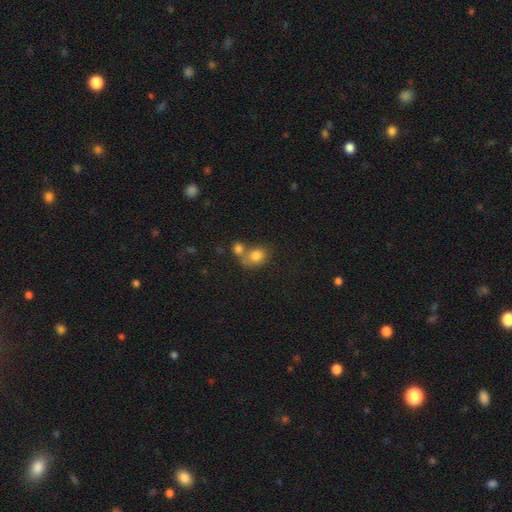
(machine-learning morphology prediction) Q: Smooth or featured?
A: smooth (80%); runner-up: star or artifact (10%)
Q: How rounded?
A: round (54%); runner-up: in between (45%)
Q: Merging?
A: merger (48%); runner-up: none (36%)